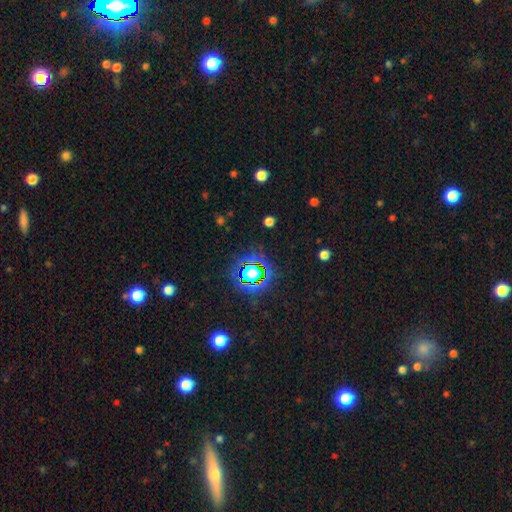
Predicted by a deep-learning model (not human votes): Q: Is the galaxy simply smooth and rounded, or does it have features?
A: star or artifact — 72%.